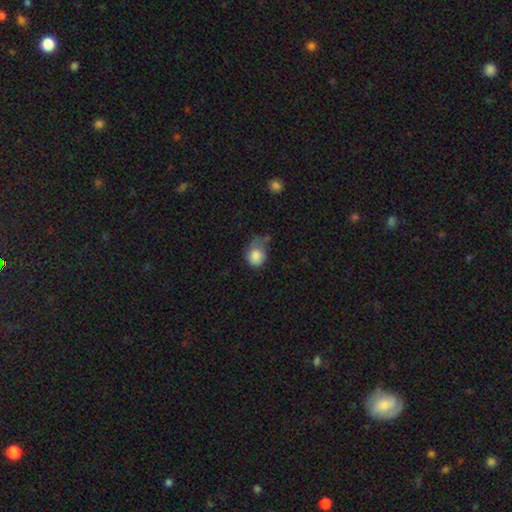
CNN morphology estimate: Smooth or featured? smooth (82%)
How rounded? round (61%)
Merging? minor disturbance (36%)